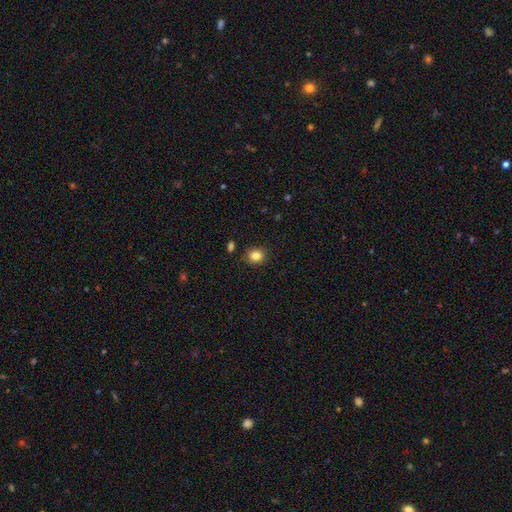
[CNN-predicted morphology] The model was most divided on "how rounded": round: 75%, in between: 24%, cigar-shaped: 1%. More confident: merging — none (87%); smooth or featured — smooth (84%).